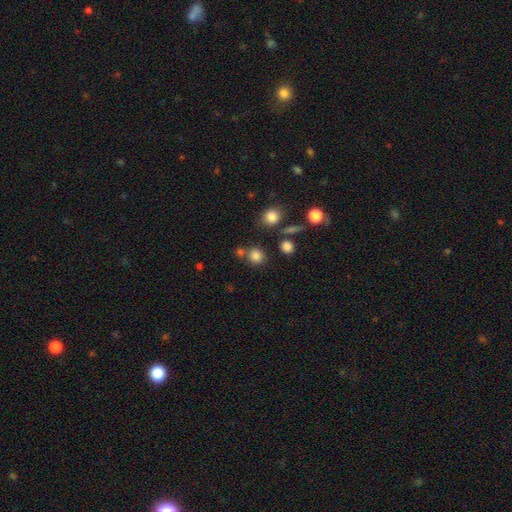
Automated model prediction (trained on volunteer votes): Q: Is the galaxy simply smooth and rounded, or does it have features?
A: smooth — 81%.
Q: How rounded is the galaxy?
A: round — 87%.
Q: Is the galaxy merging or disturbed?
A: none — 73%.